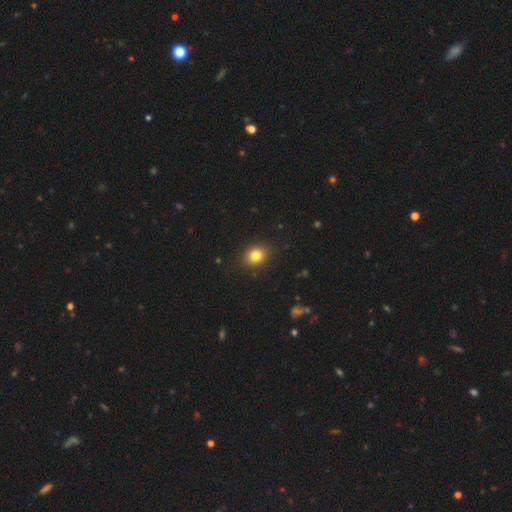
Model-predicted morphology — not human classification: type=smooth (82%); roundness=round (65%); merging=none (88%).